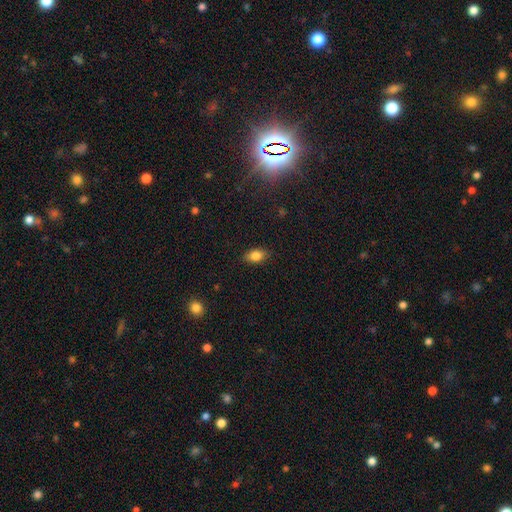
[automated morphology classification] smooth 82%, featured or disk 9%, star or artifact 9%. Down the decision tree: how rounded — in between (86%); merging — none (86%).